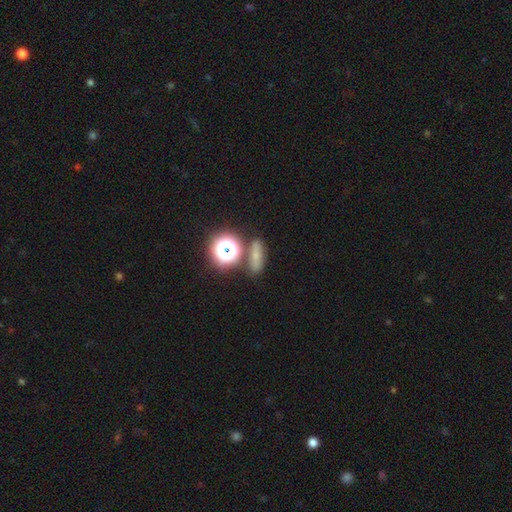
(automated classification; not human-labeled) Morphology: type=smooth (58%); roundness=in between (46%); merging=none (70%).